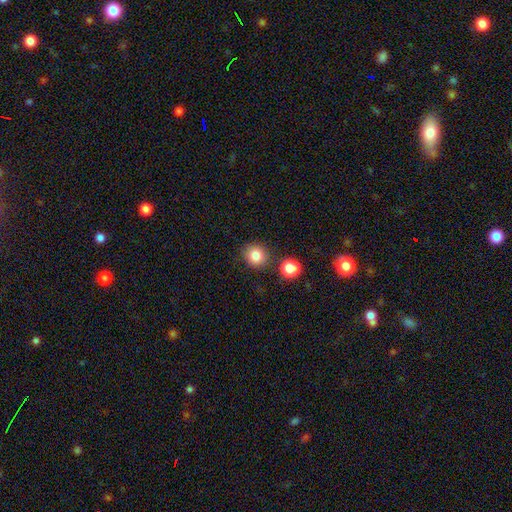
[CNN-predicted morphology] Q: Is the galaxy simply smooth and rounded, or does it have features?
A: smooth — 84%.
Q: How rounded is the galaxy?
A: round — 86%.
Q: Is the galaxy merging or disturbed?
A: none — 80%.